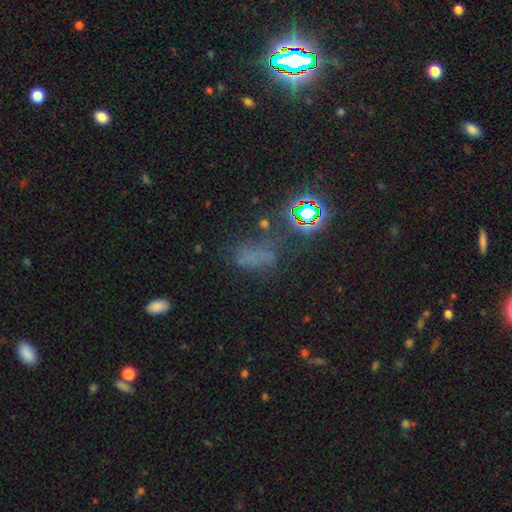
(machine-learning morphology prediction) star or artifact 47%, smooth 38%, featured or disk 15%.